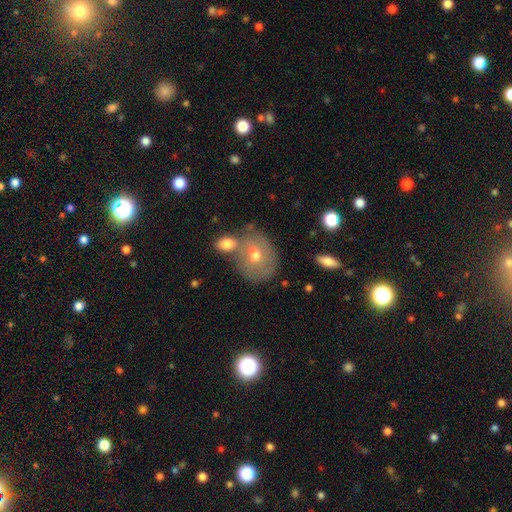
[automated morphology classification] This is possibly a smooth galaxy (48%). Merging: possibly none (49%).